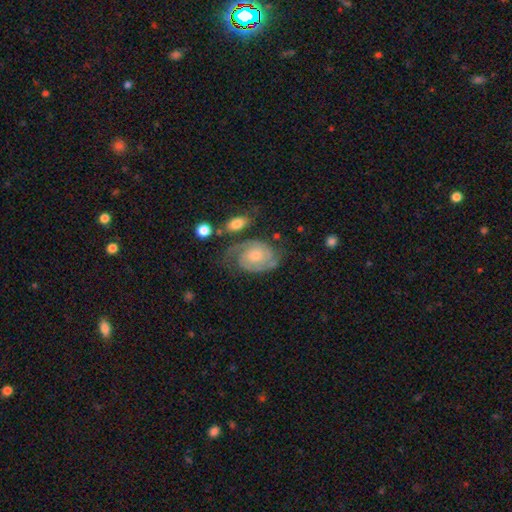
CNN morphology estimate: This appears to be a featured or disk galaxy (80%) with no bar (71%), 2 (80%) tight (50%) spiral arms (95%) and a small central bulge (52%). Merging: none (58%).